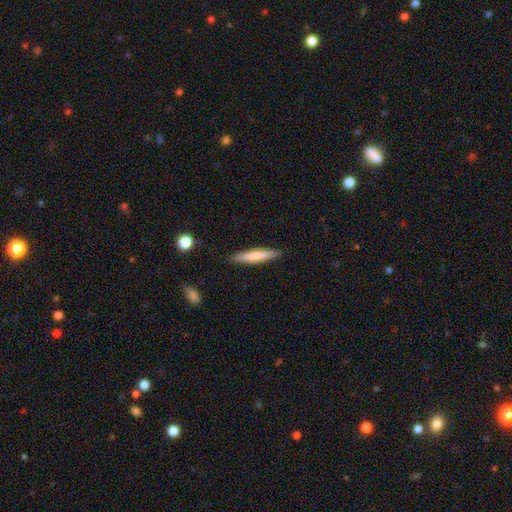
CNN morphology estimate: Smooth or featured? smooth (69%)
How rounded? cigar-shaped (92%)
Merging? none (90%)